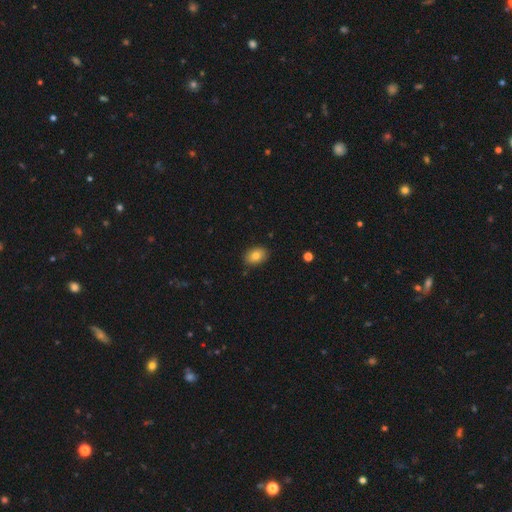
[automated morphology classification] The model was most divided on "how rounded": in between: 81%, round: 18%, cigar-shaped: 1%. More confident: merging — none (88%); smooth or featured — smooth (81%).